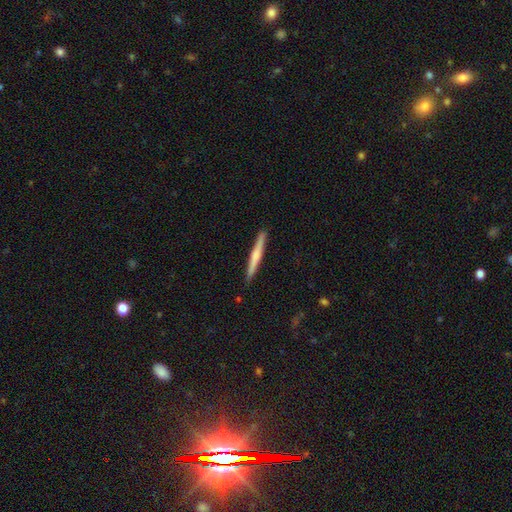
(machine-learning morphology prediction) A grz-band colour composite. It shows a featured or disk galaxy (49%). Merging: none (91%).